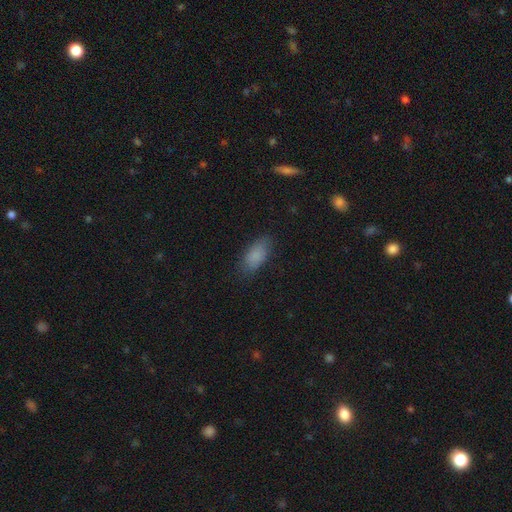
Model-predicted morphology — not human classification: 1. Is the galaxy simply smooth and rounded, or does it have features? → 85% smooth, 8% star or artifact, 7% featured or disk.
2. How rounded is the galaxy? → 88% in between, 9% cigar-shaped, 3% round.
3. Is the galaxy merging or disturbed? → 78% none, 17% minor disturbance, 4% major disturbance, 1% merger.